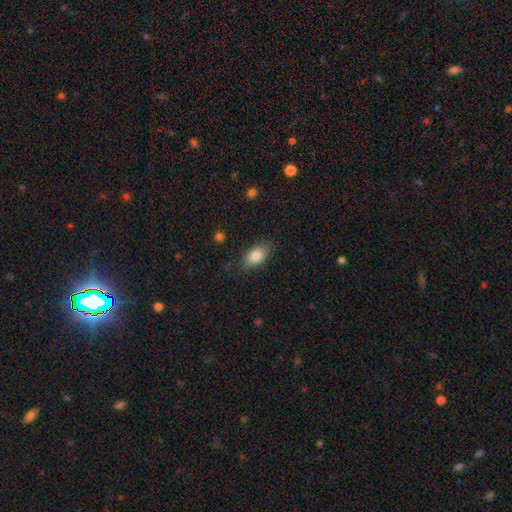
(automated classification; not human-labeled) smooth-or-featured: smooth: 82% | featured or disk: 10% | star or artifact: 8%
  how-rounded: in between: 87% | round: 8% | cigar-shaped: 4%
  merging: none: 79% | minor disturbance: 16% | major disturbance: 4% | merger: 1%